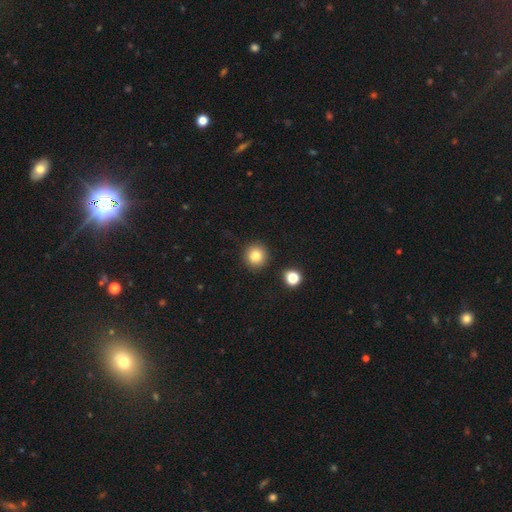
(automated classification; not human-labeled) Smooth or featured?
  - smooth: 83% *
  - star or artifact: 11%
  - featured or disk: 6%
How rounded?
  - round: 93% *
  - in between: 6%
  - cigar-shaped: 1%
Merging?
  - none: 89% *
  - minor disturbance: 6%
  - merger: 3%
  - major disturbance: 2%